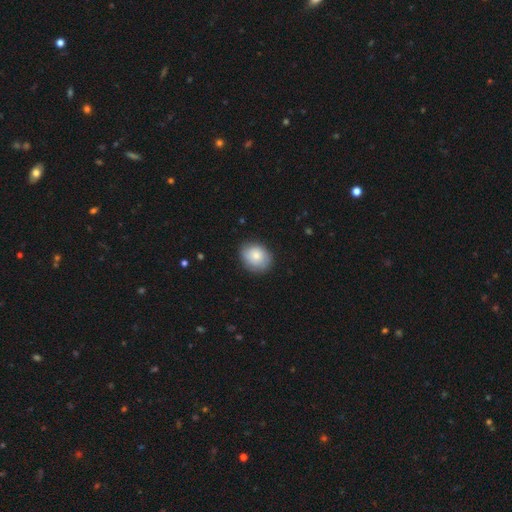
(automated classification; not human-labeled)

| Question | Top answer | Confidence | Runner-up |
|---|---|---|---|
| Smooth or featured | smooth | 79% | featured or disk (14%) |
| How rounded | round | 55% | in between (45%) |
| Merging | none | 81% | minor disturbance (15%) |